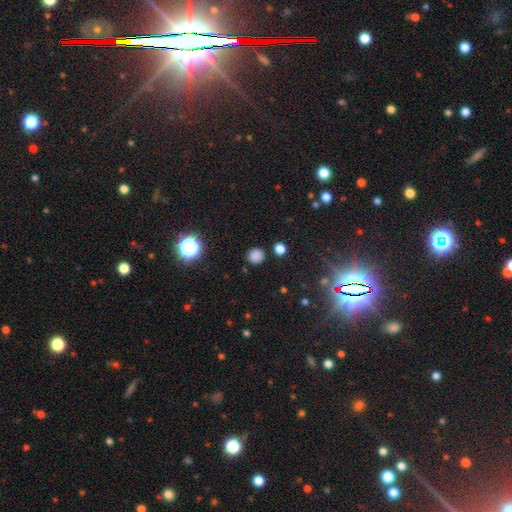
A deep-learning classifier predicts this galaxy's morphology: smooth 80%, star or artifact 16%, featured or disk 4%. Down the decision tree: how rounded — round (88%); merging — none (87%).